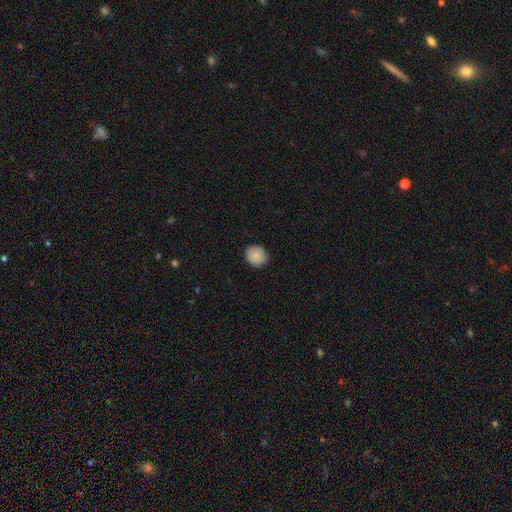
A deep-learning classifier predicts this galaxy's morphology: Smooth or featured: smooth — 86% (star or artifact — 8%)
How rounded: round — 80% (in between — 20%)
Merging: none — 87% (minor disturbance — 10%)